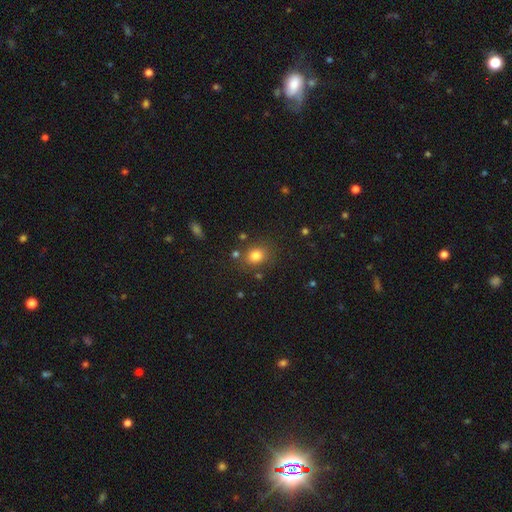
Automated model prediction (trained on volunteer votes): Morphology: type=smooth (80%); roundness=round (57%); merging=none (78%).